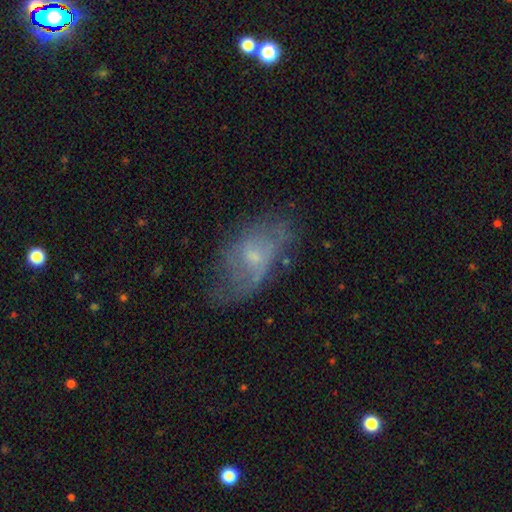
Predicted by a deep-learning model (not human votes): A featured or disk galaxy (62%) with no bar (59%), spiral arms (65%) and a small central bulge (57%). Merging: none (50%).